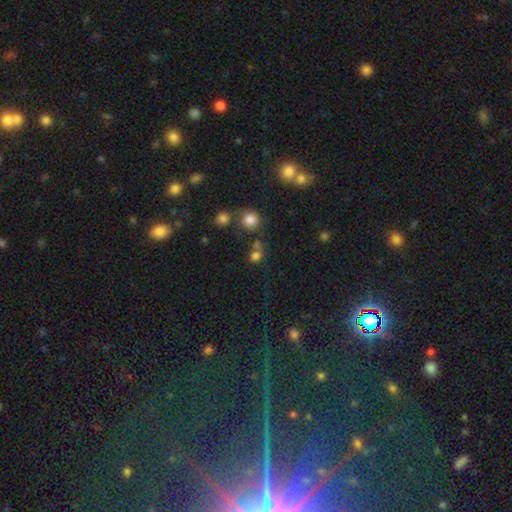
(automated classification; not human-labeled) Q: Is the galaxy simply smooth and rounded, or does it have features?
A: smooth — 74%.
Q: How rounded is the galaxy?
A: round — 73%.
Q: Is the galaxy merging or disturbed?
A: none — 58%.